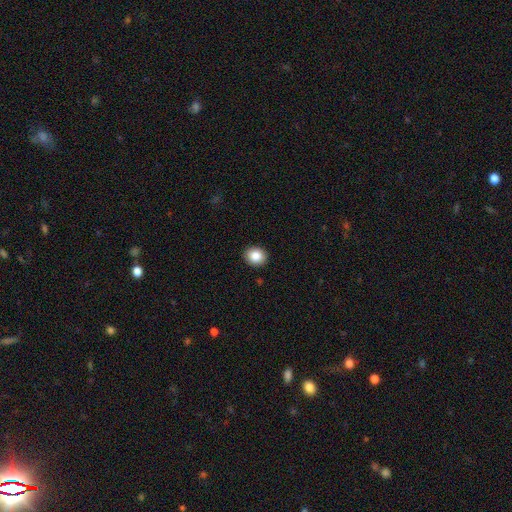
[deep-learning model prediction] Q: Smooth or featured?
A: smooth (86%); runner-up: star or artifact (9%)
Q: How rounded?
A: round (67%); runner-up: in between (32%)
Q: Merging?
A: none (91%); runner-up: minor disturbance (6%)